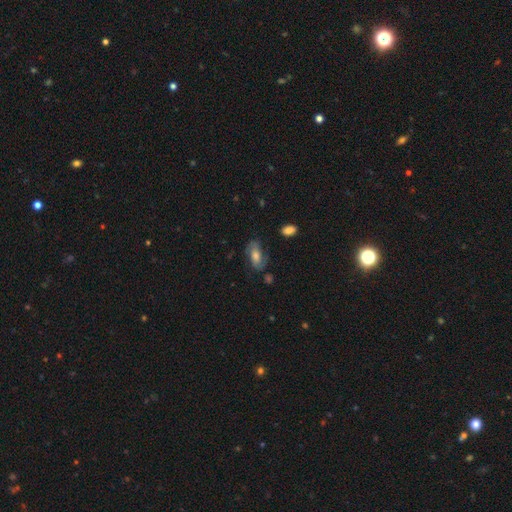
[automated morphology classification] Q: Smooth or featured?
A: featured or disk (50%); runner-up: smooth (41%)
Q: Edge-on disk?
A: no (91%); runner-up: yes (9%)
Q: Merging?
A: none (68%); runner-up: minor disturbance (20%)